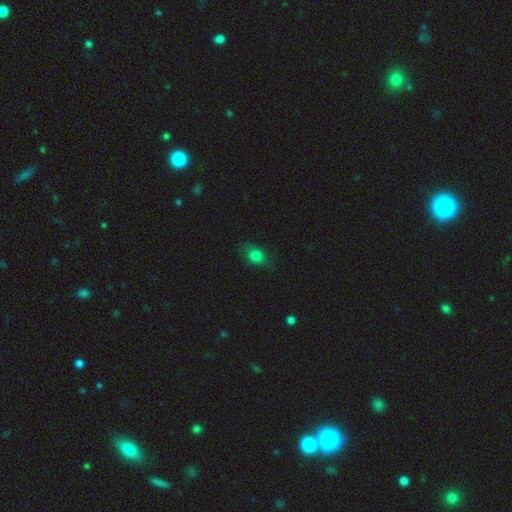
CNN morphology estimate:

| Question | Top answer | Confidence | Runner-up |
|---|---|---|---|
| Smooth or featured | smooth | 81% | star or artifact (12%) |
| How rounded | in between | 61% | round (37%) |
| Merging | none | 78% | minor disturbance (17%) |